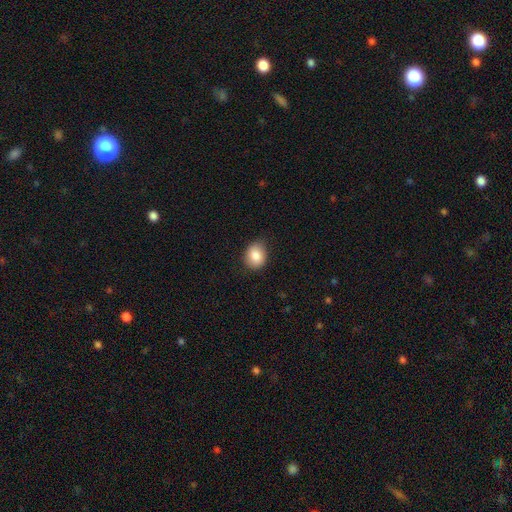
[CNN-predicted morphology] The model was most divided on "how rounded": round: 53%, in between: 46%, cigar-shaped: 1%. More confident: smooth or featured — smooth (84%); merging — none (77%).